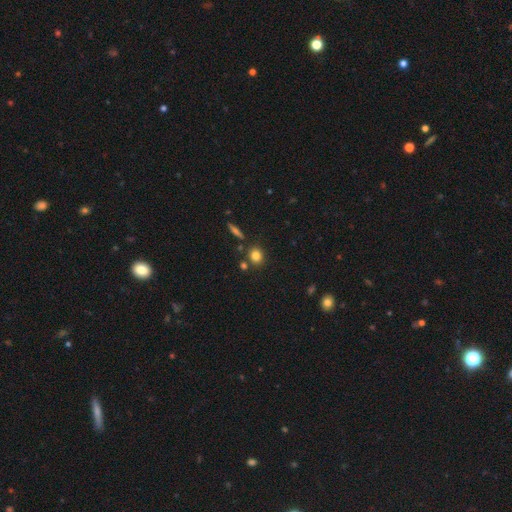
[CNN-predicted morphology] Smooth or featured: smooth — 81% (star or artifact — 11%)
How rounded: round — 73% (in between — 25%)
Merging: none — 79% (minor disturbance — 10%)